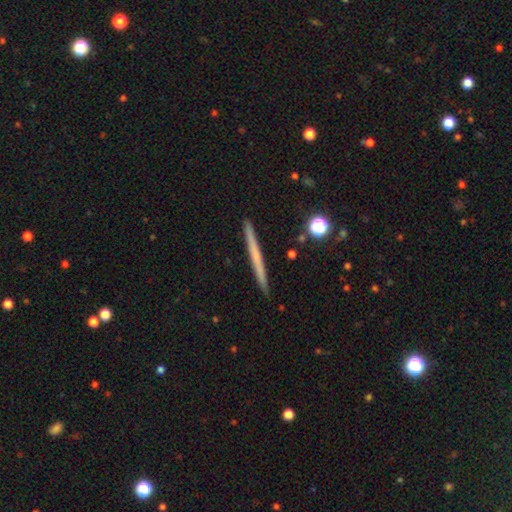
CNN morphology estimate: This appears to be a smooth galaxy with no disk features (47%). Merging: none (92%).